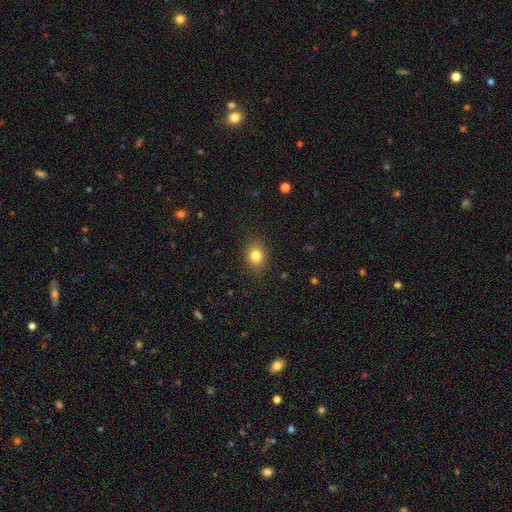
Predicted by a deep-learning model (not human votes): Smooth or featured? Predicted: smooth (p=0.82). How rounded? Predicted: in between (p=0.53). Merging? Predicted: none (p=0.87).